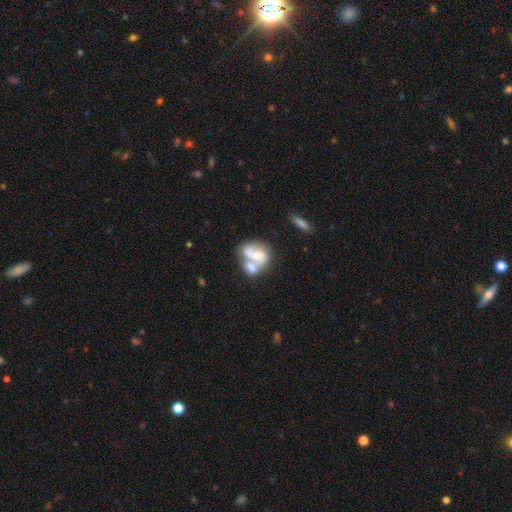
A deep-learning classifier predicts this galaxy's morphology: Smooth or featured? featured or disk (63%)
Edge-on disk? no (97%)
Bar? no (59%)
Spiral arms? yes (72%)
Bulge size? moderate (51%)
Merging? merger (62%)